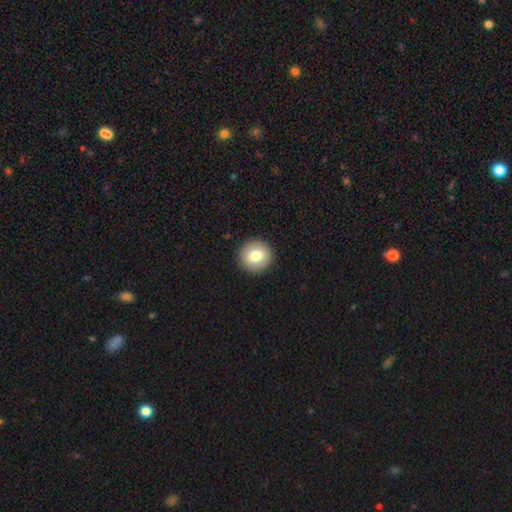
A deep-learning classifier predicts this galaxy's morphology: smooth 78%, featured or disk 13%, star or artifact 8%. Down the decision tree: how rounded — round (92%); merging — none (93%).